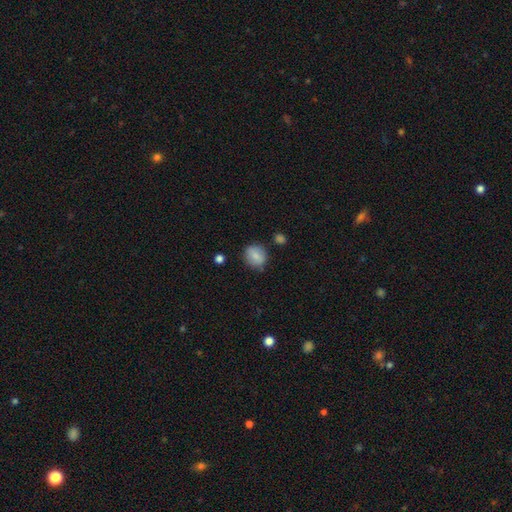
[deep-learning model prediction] A smooth galaxy with no disk features (82%) that is round (72%). Merging: none (78%).